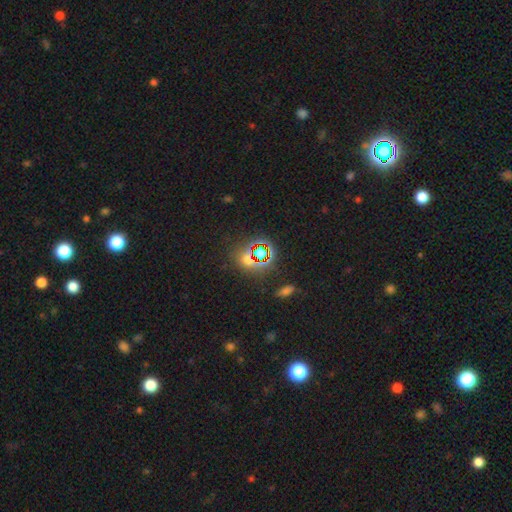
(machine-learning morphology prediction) smooth-or-featured: star or artifact: 66% | smooth: 25% | featured or disk: 9%